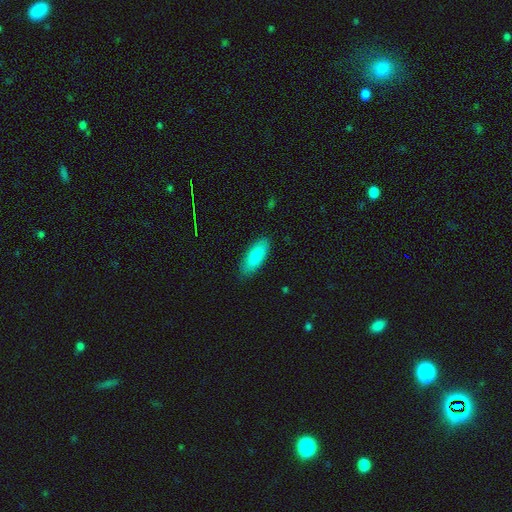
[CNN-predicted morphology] This is clearly a smooth galaxy (86%). How rounded: likely in between (73%). Merging: clearly none (87%).